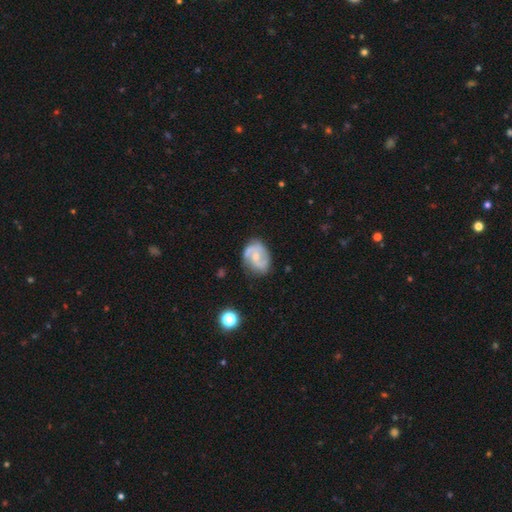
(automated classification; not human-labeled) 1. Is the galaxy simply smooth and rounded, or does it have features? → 76% featured or disk, 18% smooth, 6% star or artifact.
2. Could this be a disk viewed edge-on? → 98% no, 2% yes.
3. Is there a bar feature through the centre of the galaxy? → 52% no, 40% weak, 8% strong.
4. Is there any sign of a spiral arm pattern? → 91% yes, 9% no.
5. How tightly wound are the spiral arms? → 50% medium, 25% tight, 25% loose.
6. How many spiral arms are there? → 80% 2, 9% can't tell, 5% 1, 3% 3, 1% 4, 1% more than 4.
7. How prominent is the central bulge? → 47% small, 43% moderate, 7% none, 2% large, 1% dominant.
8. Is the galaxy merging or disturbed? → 66% none, 22% minor disturbance, 9% major disturbance, 3% merger.